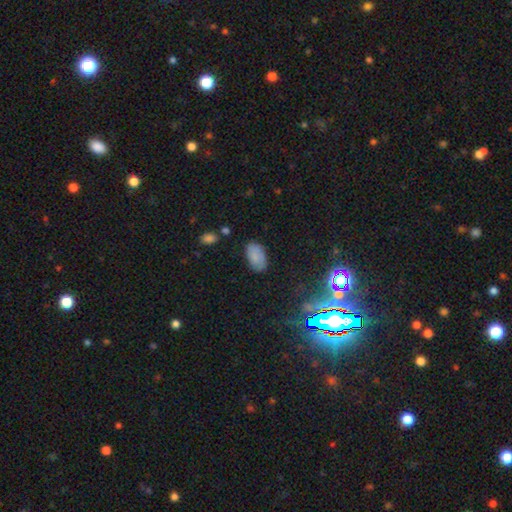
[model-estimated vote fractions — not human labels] A smooth galaxy with no disk features (77%) that is in between round and cigar-shaped (94%). Merging: none (79%).